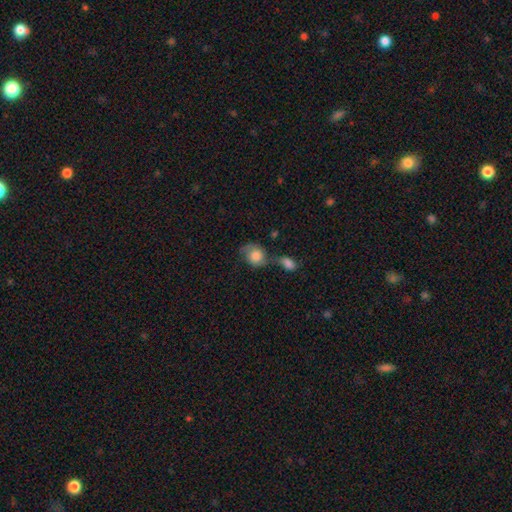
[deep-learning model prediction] smooth 71%, featured or disk 22%, star or artifact 7%. Down the decision tree: how rounded — round (61%); merging — merger (40%).